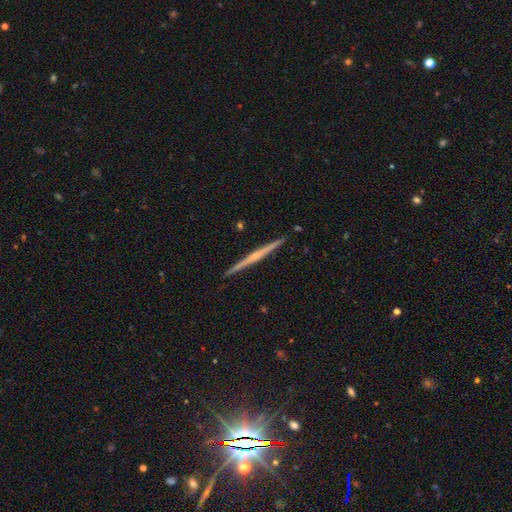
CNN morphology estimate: This appears to be a featured or disk galaxy (71%) viewed edge-on (98%) with no central bulge (49%). Merging: none (93%).